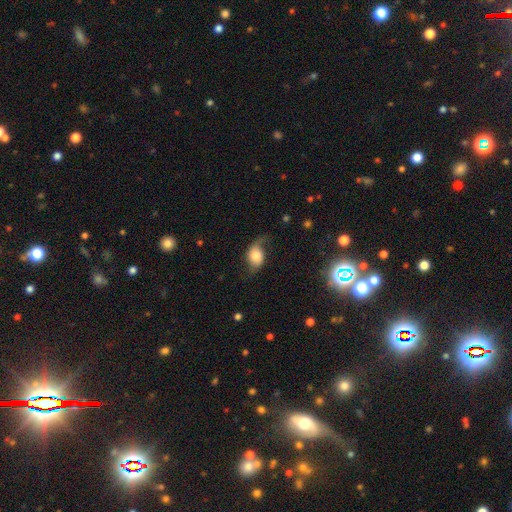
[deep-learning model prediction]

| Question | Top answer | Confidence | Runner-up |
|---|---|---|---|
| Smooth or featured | smooth | 55% | featured or disk (36%) |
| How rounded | in between | 68% | round (30%) |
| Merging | none | 47% | minor disturbance (31%) |